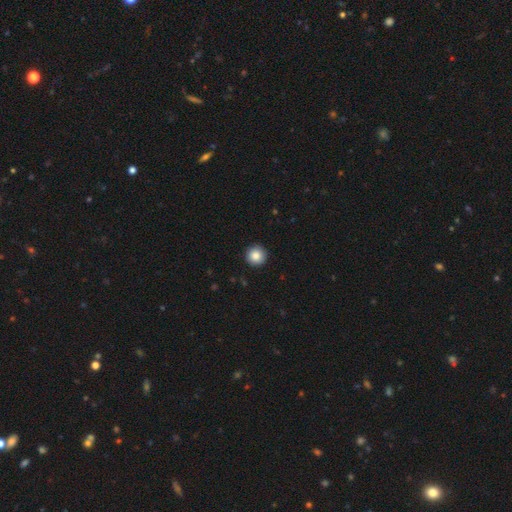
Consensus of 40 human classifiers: Q: Smooth or featured?
A: smooth (88%); runner-up: star or artifact (10%)
Q: How rounded?
A: round (94%); runner-up: in between (3%)
Q: Merging?
A: none (97%); runner-up: minor disturbance (3%)